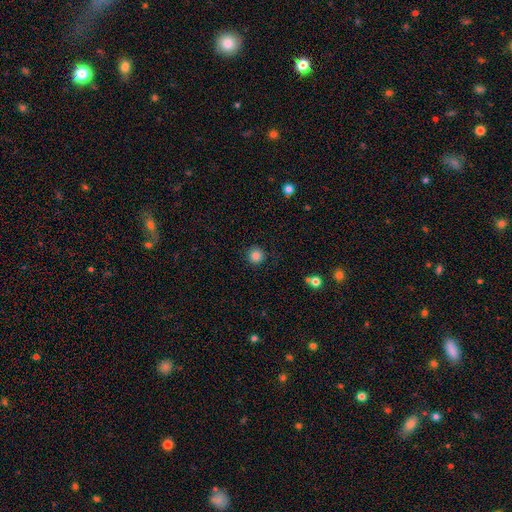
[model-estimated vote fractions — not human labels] Smooth or featured? smooth (85%)
How rounded? round (95%)
Merging? none (89%)